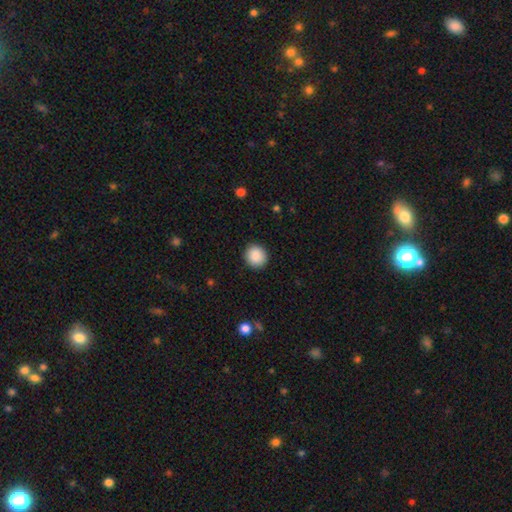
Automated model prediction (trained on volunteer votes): Morphology: type=smooth (89%); roundness=round (92%); merging=none (91%).